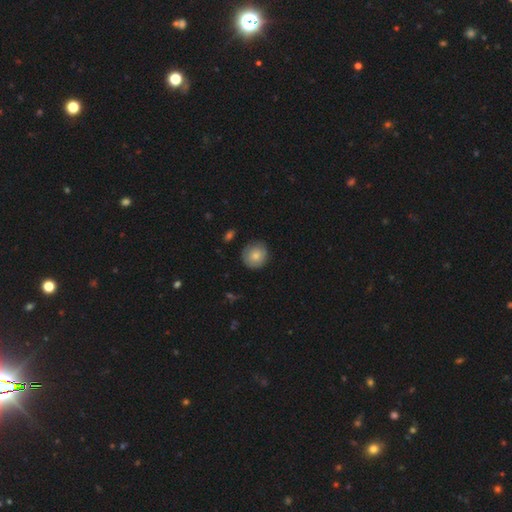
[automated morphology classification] type=smooth (78%); roundness=round (90%); merging=none (81%).